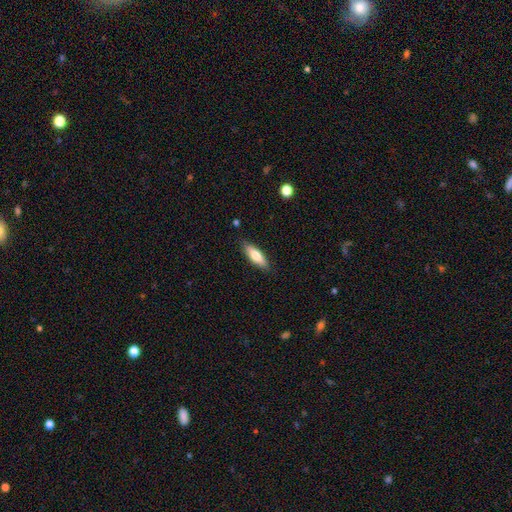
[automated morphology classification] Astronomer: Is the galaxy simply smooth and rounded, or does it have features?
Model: smooth — 70%.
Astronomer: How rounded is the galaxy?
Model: in between — 55% (runner-up: cigar-shaped, 43%).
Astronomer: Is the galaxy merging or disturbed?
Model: none — 86%.